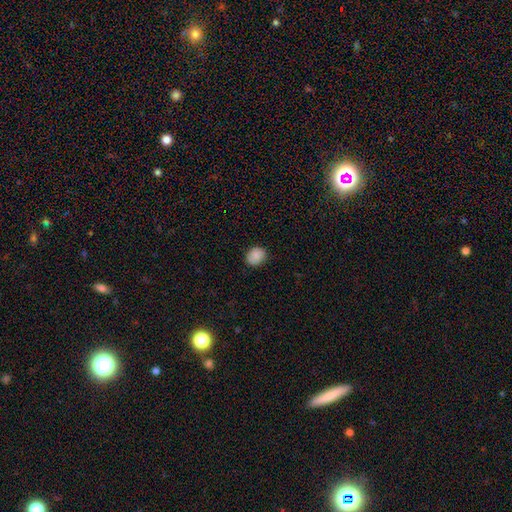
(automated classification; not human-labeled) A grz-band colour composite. It shows a smooth galaxy with no disk features (87%) that is round (68%). Merging: none (86%).